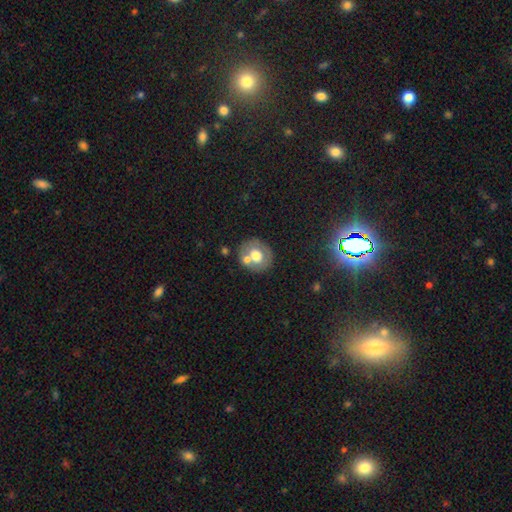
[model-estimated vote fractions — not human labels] Smooth or featured? Predicted: smooth (p=0.57). How rounded? Predicted: round (p=0.71). Merging? Predicted: none (p=0.58).